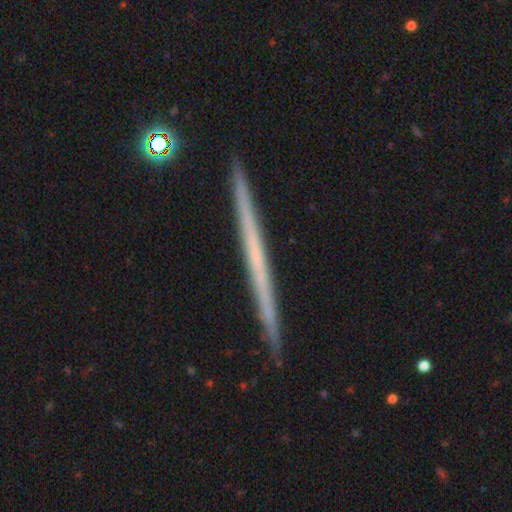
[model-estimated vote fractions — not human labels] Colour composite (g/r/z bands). It shows a featured or disk galaxy (62%) viewed edge-on (98%) with no central bulge (93%). Merging: none (92%).